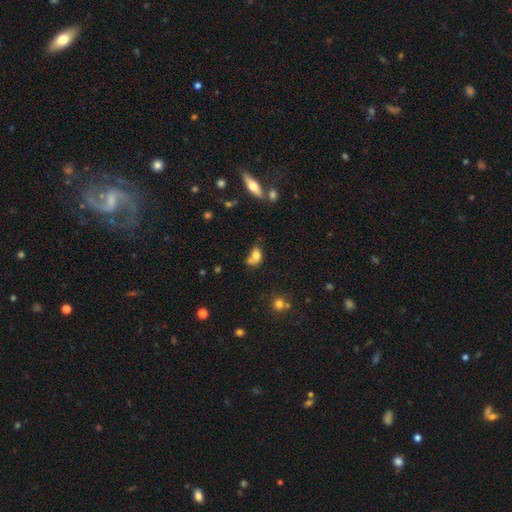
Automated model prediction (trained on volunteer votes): This appears to be a smooth galaxy with no disk features (74%) that is in between round and cigar-shaped (75%). Merging: merger (38%).